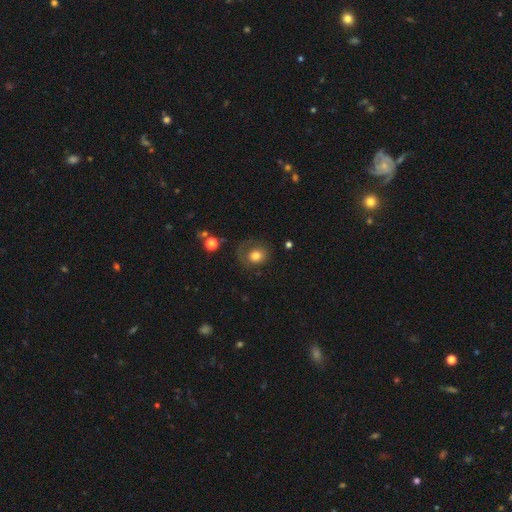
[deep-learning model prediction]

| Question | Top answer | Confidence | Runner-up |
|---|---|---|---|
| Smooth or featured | smooth | 72% | featured or disk (17%) |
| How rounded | round | 71% | in between (28%) |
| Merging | none | 59% | minor disturbance (21%) |